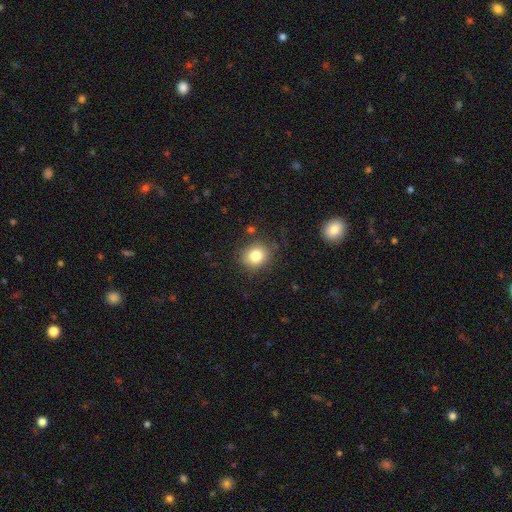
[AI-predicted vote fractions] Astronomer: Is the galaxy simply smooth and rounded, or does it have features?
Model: smooth — 80%.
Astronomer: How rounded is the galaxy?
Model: round — 76%.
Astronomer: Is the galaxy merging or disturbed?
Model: none — 83%.